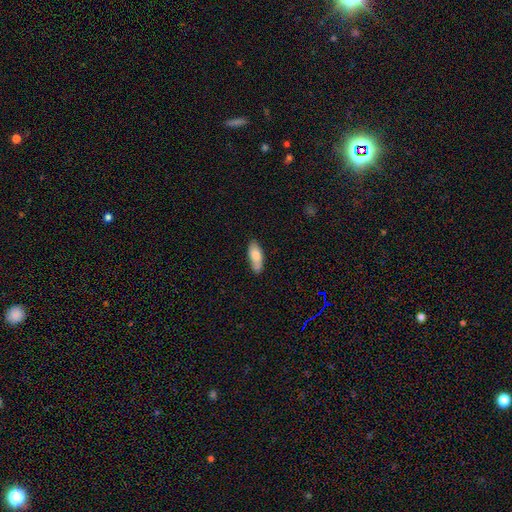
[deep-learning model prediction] This appears to be a smooth galaxy with no disk features (80%) that is in between round and cigar-shaped (75%). Merging: none (73%).